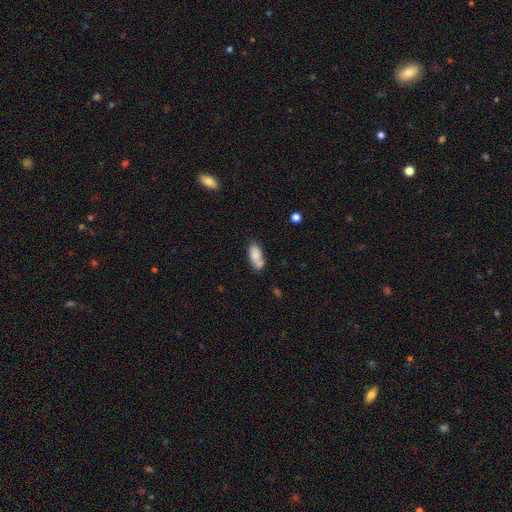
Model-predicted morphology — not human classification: A smooth galaxy with no disk features (79%) that is in between round and cigar-shaped (84%). Merging: none (47%).